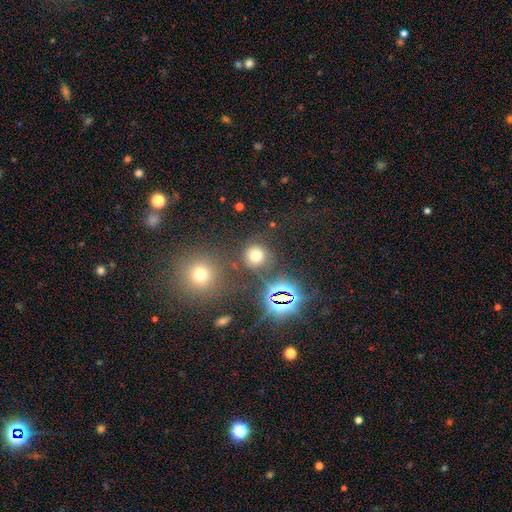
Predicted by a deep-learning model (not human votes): smooth_or_featured: smooth (p=0.64) [alt: star or artifact p=0.28]
how_rounded: round (p=0.90) [alt: in between p=0.09]
merging: none (p=0.76) [alt: minor disturbance p=0.10]